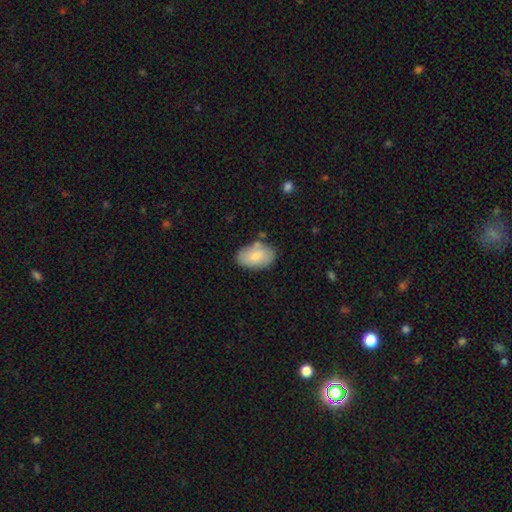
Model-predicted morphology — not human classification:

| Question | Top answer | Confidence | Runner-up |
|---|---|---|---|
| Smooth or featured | smooth | 73% | featured or disk (21%) |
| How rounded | in between | 90% | round (8%) |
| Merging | none | 71% | minor disturbance (20%) |